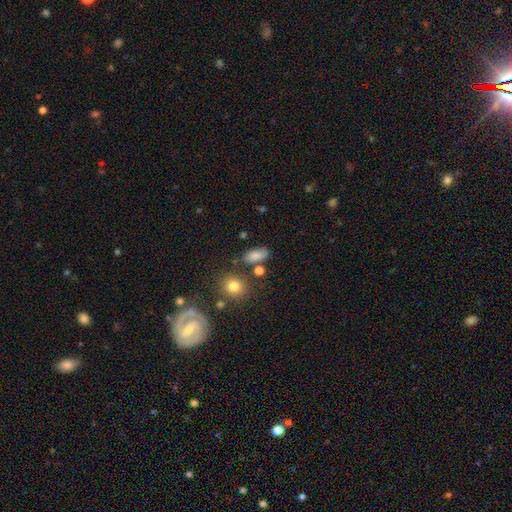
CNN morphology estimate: Overall: smooth (80%). How rounded: in between (84%). Merging: none (67%).